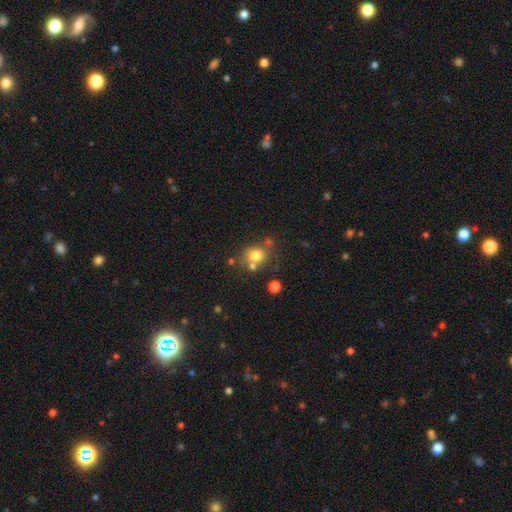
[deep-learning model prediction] Overall: smooth (74%). How rounded: round (71%). Merging: none (57%; merger 22%).